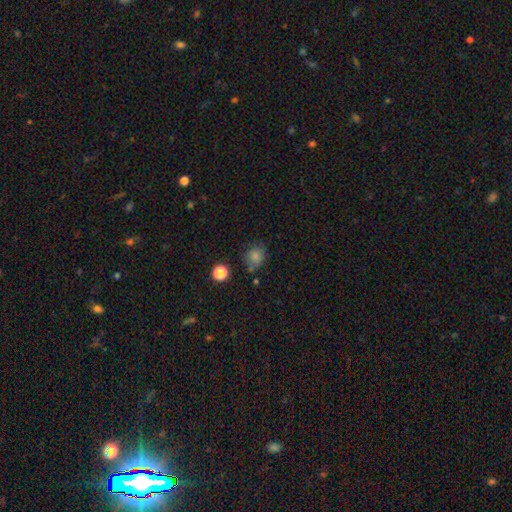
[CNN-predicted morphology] This is likely a smooth galaxy (76%). How rounded: likely round (75%). Merging: likely none (72%).